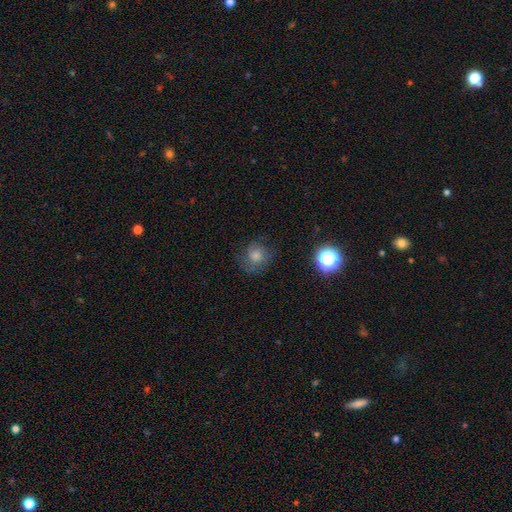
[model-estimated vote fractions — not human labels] Q: Smooth or featured?
A: smooth (58%); runner-up: featured or disk (22%)
Q: How rounded?
A: round (83%); runner-up: in between (16%)
Q: Merging?
A: none (74%); runner-up: minor disturbance (17%)